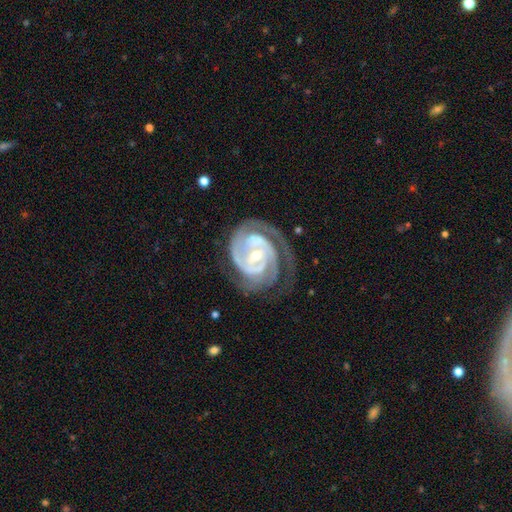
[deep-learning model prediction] smooth_or_featured: featured or disk (p=0.92) [alt: star or artifact p=0.04]
disk_edge_on: no (p=0.98) [alt: yes p=0.02]
bar: weak (p=0.39) [tied with: no p=0.39]
has_spiral_arms: yes (p=0.98) [alt: no p=0.02]
spiral_winding: tight (p=0.72) [alt: medium p=0.24]
spiral_arm_count: 2 (p=0.48) [alt: 3 p=0.26]
bulge_size: small (p=0.59) [alt: moderate p=0.37]
merging: none (p=0.63) [alt: minor disturbance p=0.20]